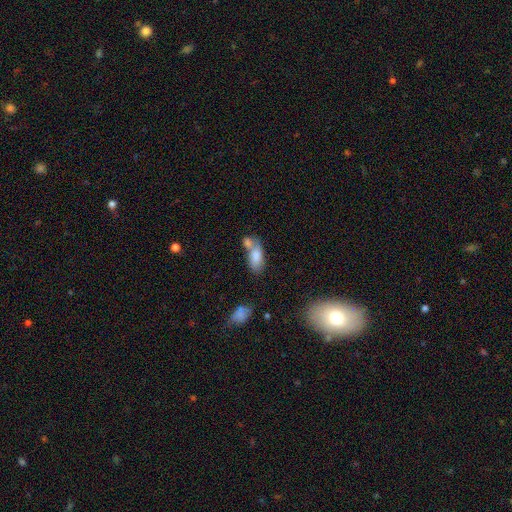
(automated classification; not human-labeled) Smooth or featured?
  - smooth: 80% *
  - featured or disk: 13%
  - star or artifact: 7%
How rounded?
  - in between: 87% *
  - cigar-shaped: 10%
  - round: 3%
Merging?
  - merger: 44% *
  - none: 35%
  - minor disturbance: 15%
  - major disturbance: 6%